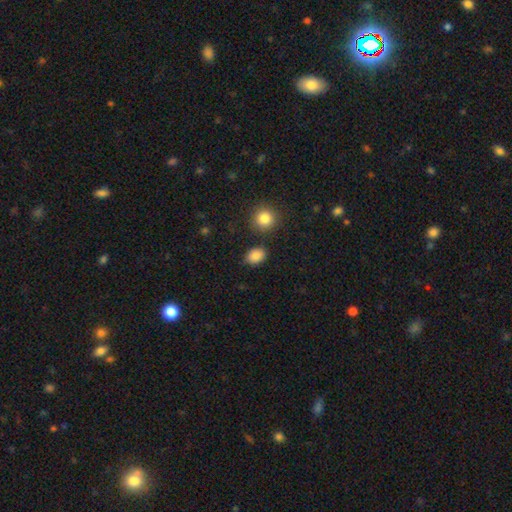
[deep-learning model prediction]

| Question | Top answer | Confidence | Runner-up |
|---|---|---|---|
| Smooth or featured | smooth | 86% | star or artifact (9%) |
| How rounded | in between | 69% | round (30%) |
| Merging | none | 82% | minor disturbance (11%) |